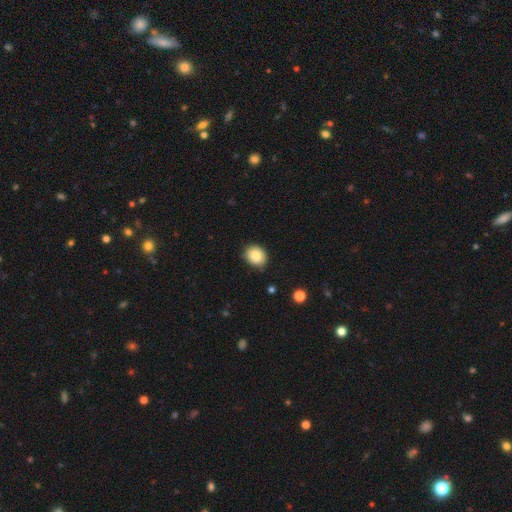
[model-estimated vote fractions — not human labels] A smooth galaxy with no disk features (84%) that is round (62%).

Vote fractions:
- Smooth or featured? smooth: 84% / star or artifact: 9% / featured or disk: 8%
- How rounded? round: 62% / in between: 37% / cigar-shaped: 1%
- Merging? none: 84% / minor disturbance: 12% / major disturbance: 2% / merger: 1%